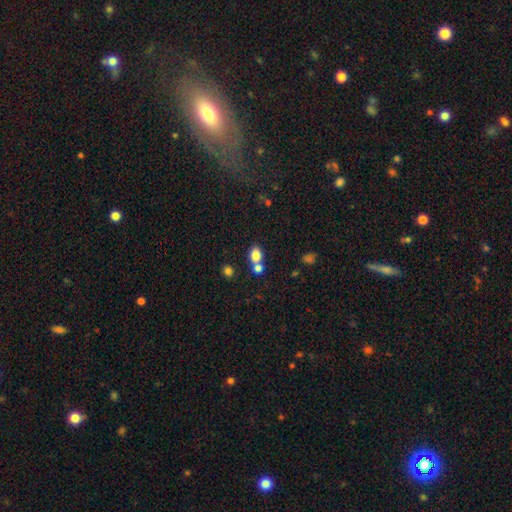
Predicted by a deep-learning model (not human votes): Overall: smooth (80%). How rounded: in between (66%; round 33%). Merging: none (49%; merger 38%).